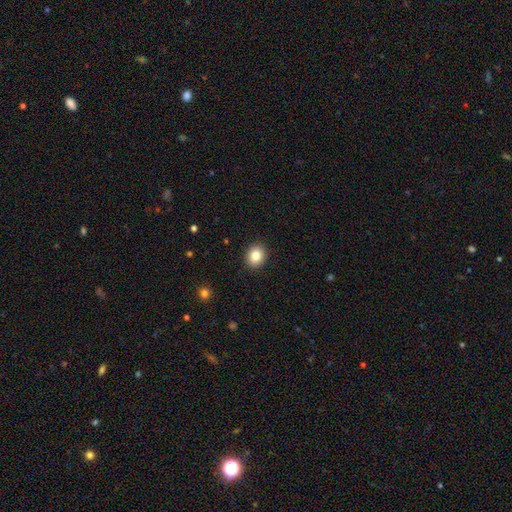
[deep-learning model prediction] smooth 84%, star or artifact 10%, featured or disk 7%. Down the decision tree: how rounded — round (66%); merging — none (91%).